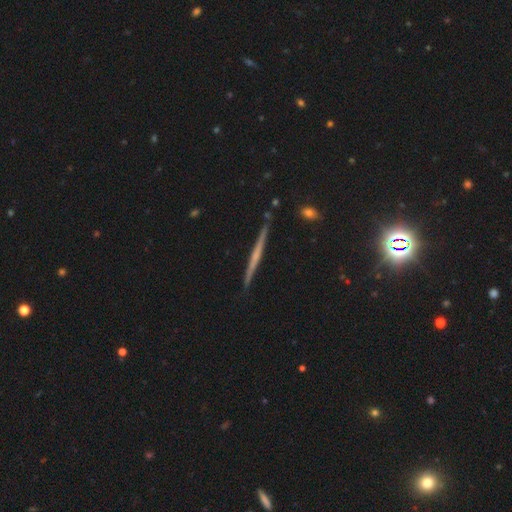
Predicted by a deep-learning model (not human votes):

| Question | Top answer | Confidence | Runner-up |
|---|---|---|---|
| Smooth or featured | featured or disk | 66% | smooth (27%) |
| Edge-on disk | yes | 98% | no (2%) |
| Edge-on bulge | none | 67% | rounded (25%) |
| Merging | none | 91% | minor disturbance (7%) |